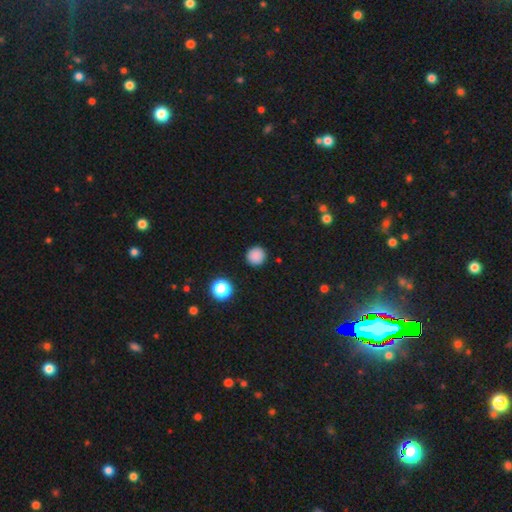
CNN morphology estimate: Q: Smooth or featured?
A: smooth (86%); runner-up: star or artifact (11%)
Q: How rounded?
A: round (95%); runner-up: in between (4%)
Q: Merging?
A: none (91%); runner-up: minor disturbance (6%)